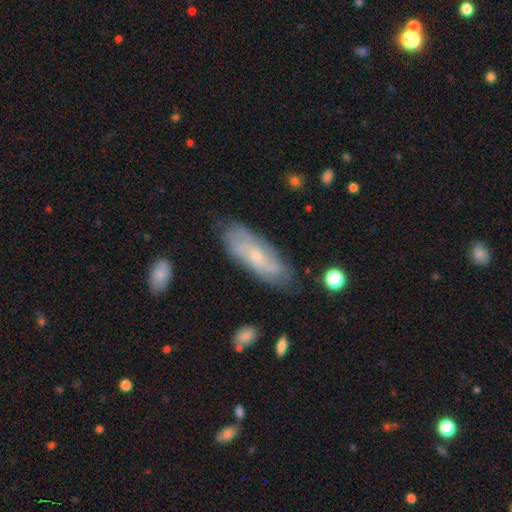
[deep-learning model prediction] This appears to be a featured or disk galaxy (51%). Merging: none (75%).